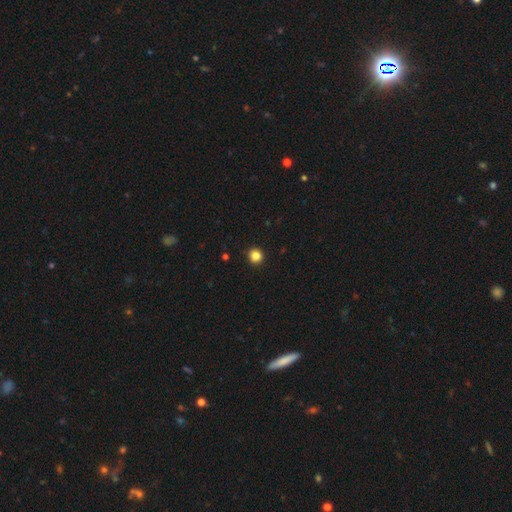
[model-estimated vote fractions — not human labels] Smooth or featured? Predicted: smooth (p=0.85). How rounded? Predicted: round (p=0.95). Merging? Predicted: none (p=0.93).